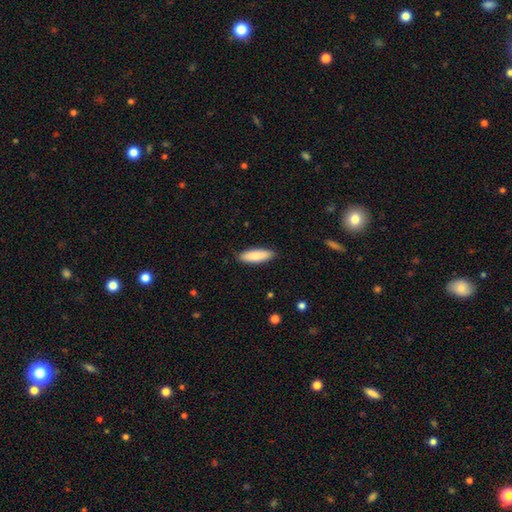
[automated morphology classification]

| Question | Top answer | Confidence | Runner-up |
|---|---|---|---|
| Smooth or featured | smooth | 87% | featured or disk (8%) |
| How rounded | cigar-shaped | 49% | tied: in between (49%) |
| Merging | none | 88% | minor disturbance (9%) |